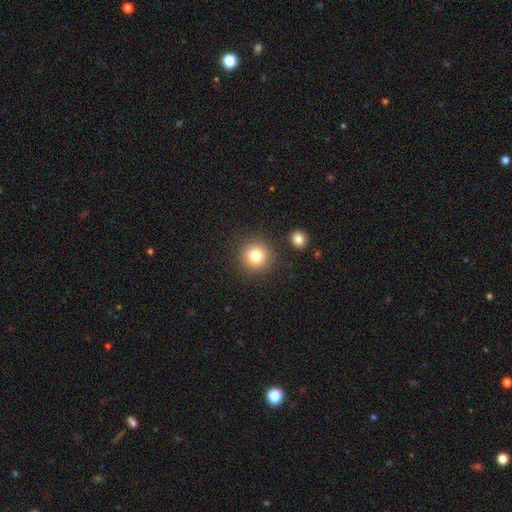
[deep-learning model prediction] This is likely a smooth galaxy (80%). How rounded: clearly round (94%). Merging: clearly none (87%).